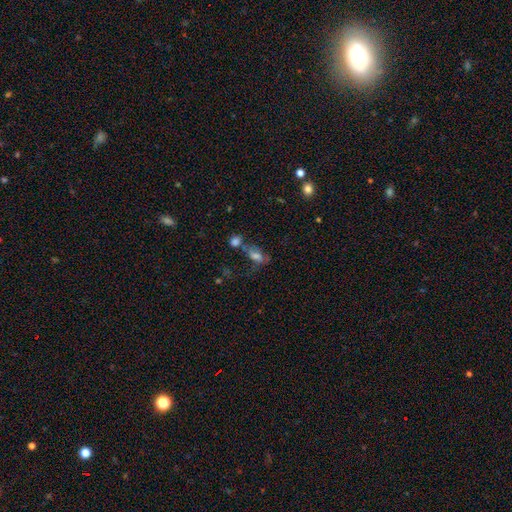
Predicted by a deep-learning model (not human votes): smooth-or-featured: smooth: 60% | featured or disk: 24% | star or artifact: 17%
  how-rounded: in between: 81% | round: 10% | cigar-shaped: 8%
  merging: none: 34% | merger: 29% | minor disturbance: 18% | major disturbance: 18%